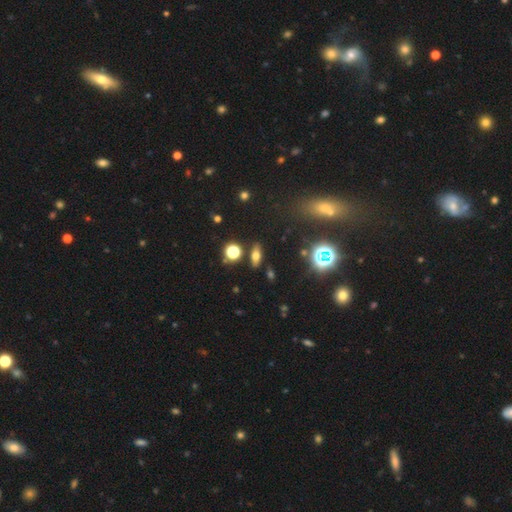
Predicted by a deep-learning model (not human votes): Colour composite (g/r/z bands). It shows a smooth galaxy with no disk features (55%) that is in between round and cigar-shaped (64%). Merging: none (85%).